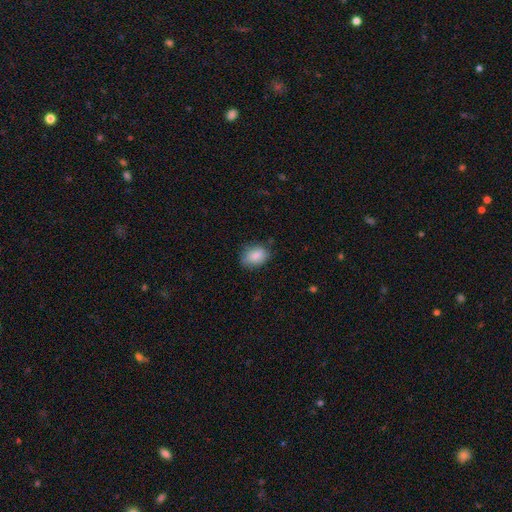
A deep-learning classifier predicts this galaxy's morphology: This is clearly a smooth galaxy (87%). How rounded: likely in between (78%). Merging: likely none (75%).